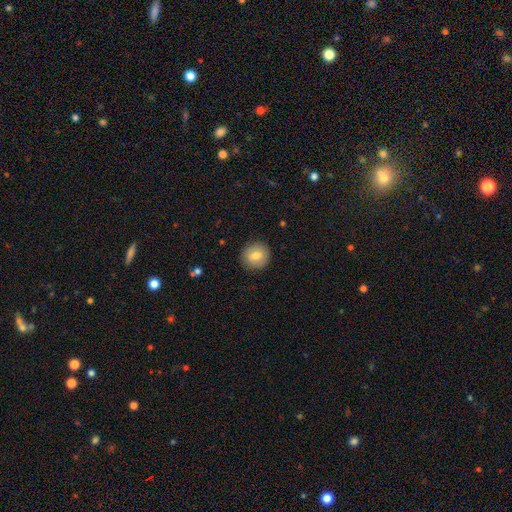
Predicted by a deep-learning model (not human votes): Smooth or featured? smooth (77%)
How rounded? round (90%)
Merging? none (90%)